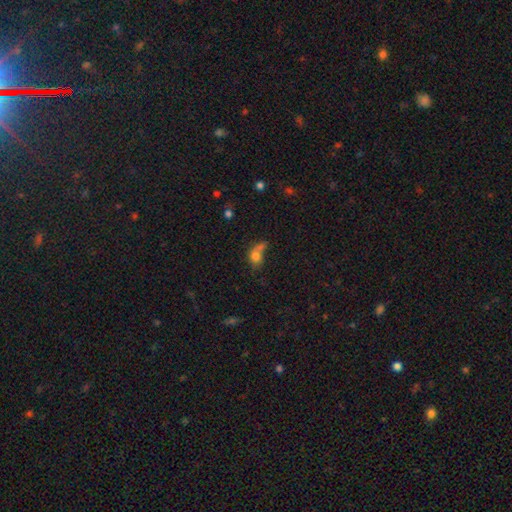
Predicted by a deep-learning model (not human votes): Q: Smooth or featured?
A: smooth (74%); runner-up: featured or disk (13%)
Q: How rounded?
A: round (50%); runner-up: in between (47%)
Q: Merging?
A: merger (40%); runner-up: none (31%)